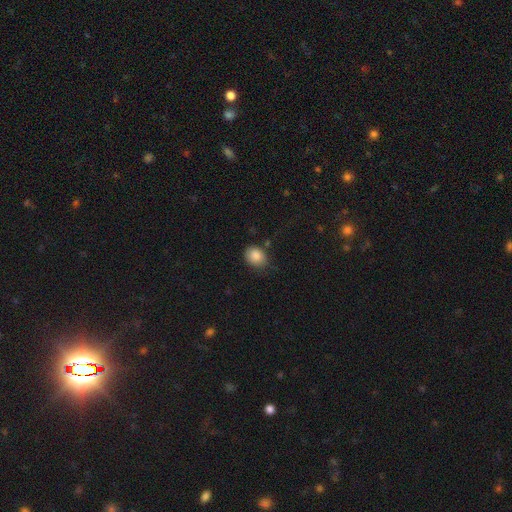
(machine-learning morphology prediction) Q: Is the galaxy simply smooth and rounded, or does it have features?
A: smooth — 86%.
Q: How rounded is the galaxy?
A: in between — 53%.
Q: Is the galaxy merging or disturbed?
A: none — 71%.